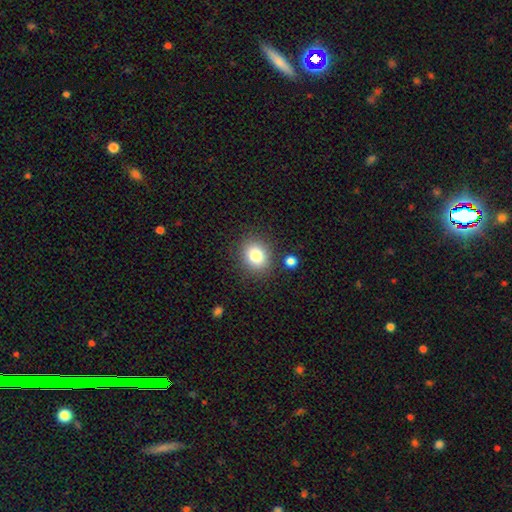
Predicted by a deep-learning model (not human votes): Morphology: type=smooth (82%); roundness=round (71%); merging=none (84%).